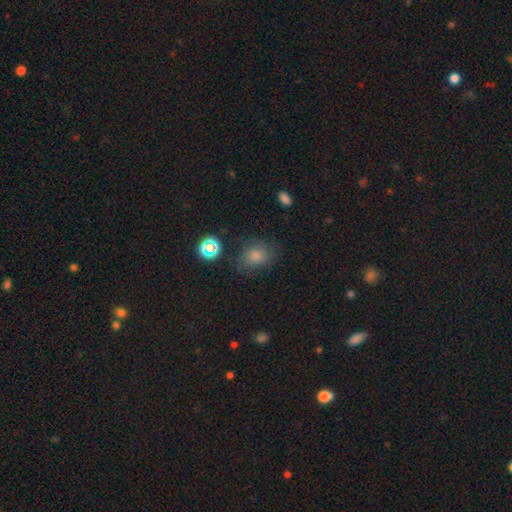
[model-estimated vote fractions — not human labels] A smooth galaxy with no disk features (64%) that is round (57%). Merging: none (75%).